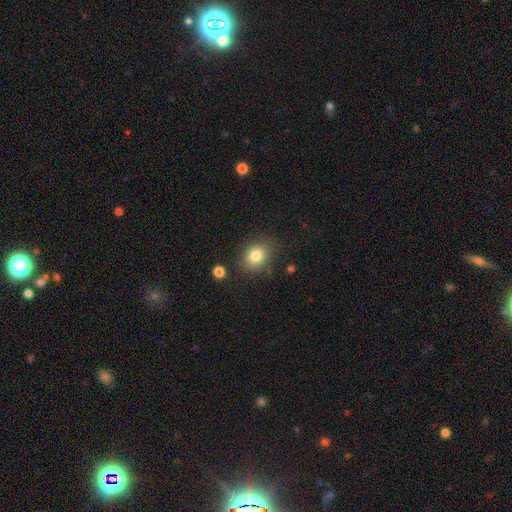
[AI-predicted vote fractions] Overall: smooth (80%). How rounded: in between (52%; round 47%). Merging: none (79%).